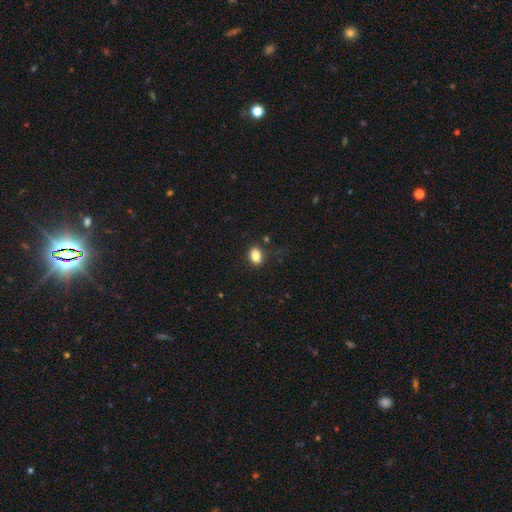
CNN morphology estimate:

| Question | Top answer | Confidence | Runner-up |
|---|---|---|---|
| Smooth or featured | smooth | 84% | star or artifact (10%) |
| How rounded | in between | 74% | round (25%) |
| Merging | none | 82% | minor disturbance (12%) |